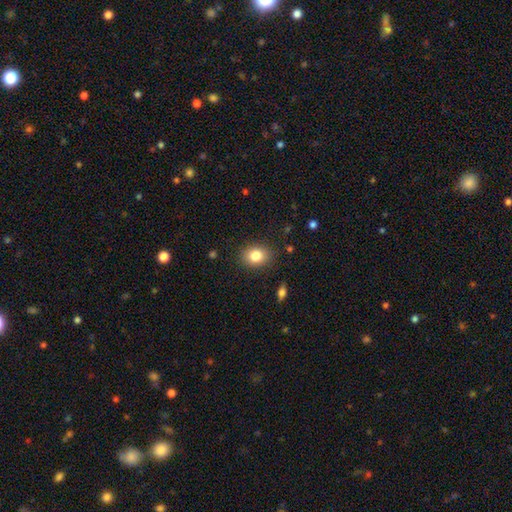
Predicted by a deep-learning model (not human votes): smooth-or-featured: smooth: 82% | star or artifact: 10% | featured or disk: 9%
  how-rounded: in between: 52% | round: 47% | cigar-shaped: 1%
  merging: none: 86% | minor disturbance: 10% | major disturbance: 3% | merger: 1%